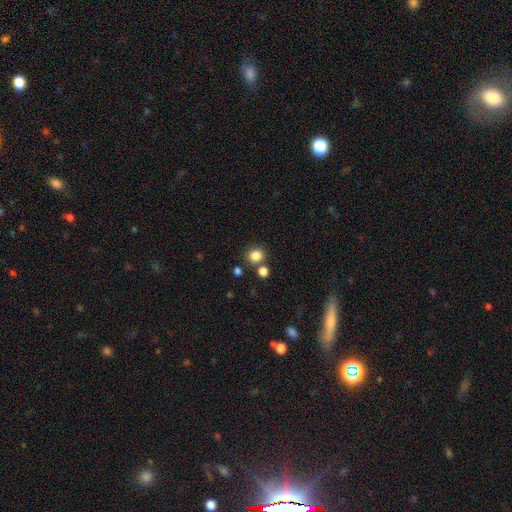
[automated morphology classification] A smooth galaxy with no disk features (84%) that is round (85%). Merging: none (75%).